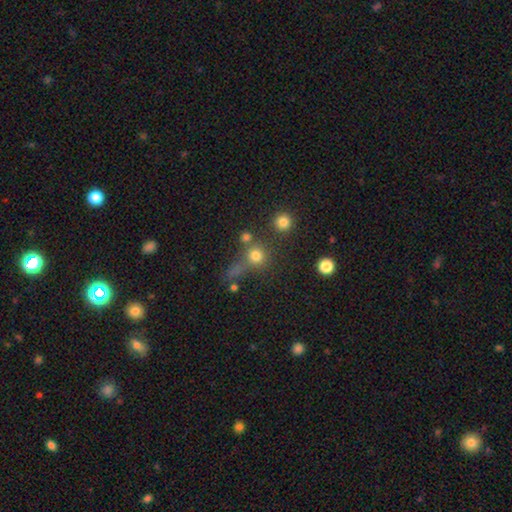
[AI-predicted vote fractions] Smooth or featured?
  - smooth: 74% *
  - star or artifact: 18%
  - featured or disk: 8%
How rounded?
  - round: 89% *
  - in between: 9%
  - cigar-shaped: 2%
Merging?
  - none: 60% *
  - merger: 21%
  - minor disturbance: 10%
  - major disturbance: 8%